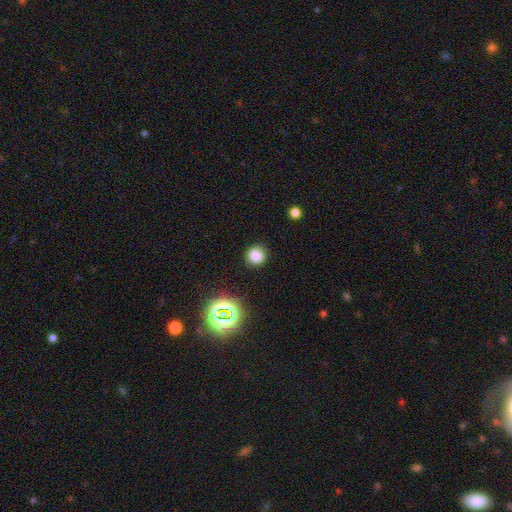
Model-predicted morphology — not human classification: This appears to be a smooth galaxy with no disk features (79%) that is round (85%). Merging: none (87%).